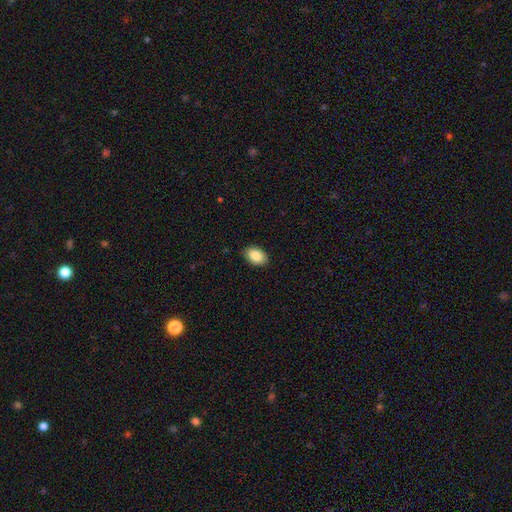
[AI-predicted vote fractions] Q: Smooth or featured?
A: smooth (87%); runner-up: star or artifact (7%)
Q: How rounded?
A: in between (88%); runner-up: round (11%)
Q: Merging?
A: none (88%); runner-up: minor disturbance (9%)